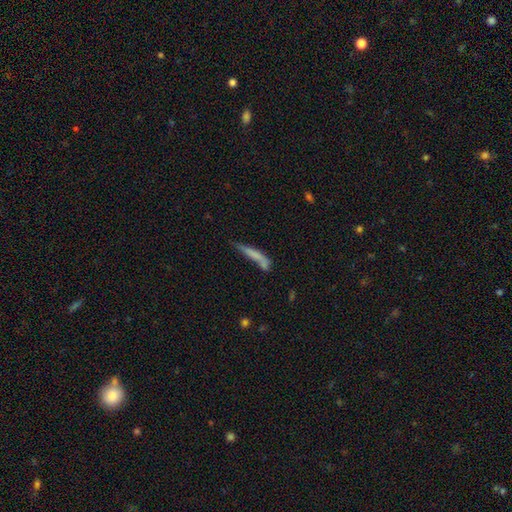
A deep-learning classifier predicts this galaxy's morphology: smooth-or-featured: smooth: 66% | featured or disk: 25% | star or artifact: 9%
  how-rounded: cigar-shaped: 89% | in between: 9% | round: 2%
  merging: none: 48% | minor disturbance: 23% | merger: 16% | major disturbance: 12%